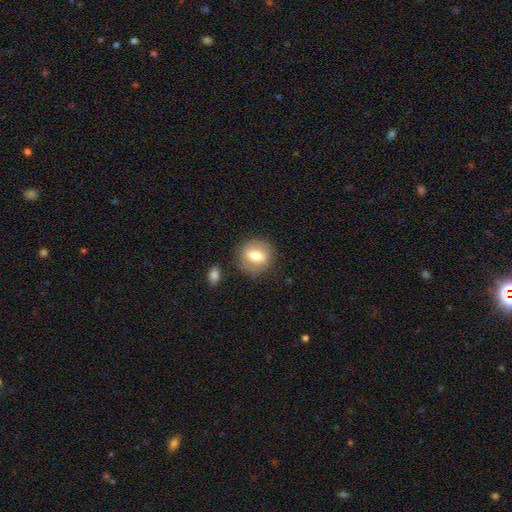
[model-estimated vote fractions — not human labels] Smooth or featured? smooth (62%)
How rounded? round (70%)
Merging? none (82%)